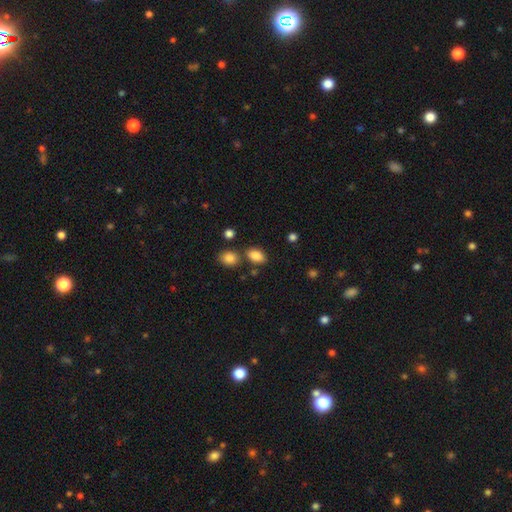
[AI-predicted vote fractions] The model was most divided on "merging": none: 72%, minor disturbance: 12%, merger: 12%, major disturbance: 3%. More confident: smooth or featured — smooth (85%); how rounded — in between (84%).